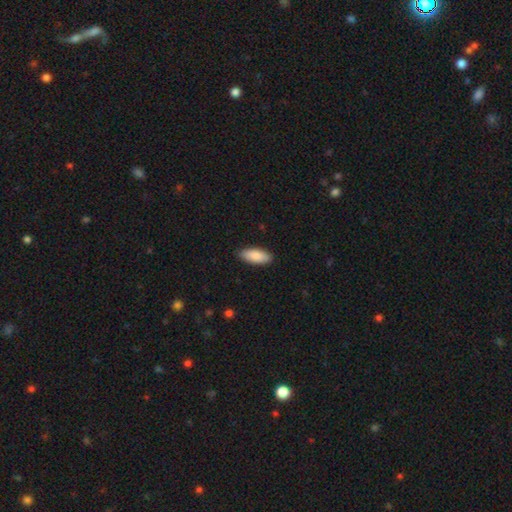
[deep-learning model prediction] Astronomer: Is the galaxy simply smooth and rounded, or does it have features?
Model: smooth — 88%.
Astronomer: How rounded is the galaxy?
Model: in between — 81%.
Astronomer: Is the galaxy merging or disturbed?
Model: none — 88%.